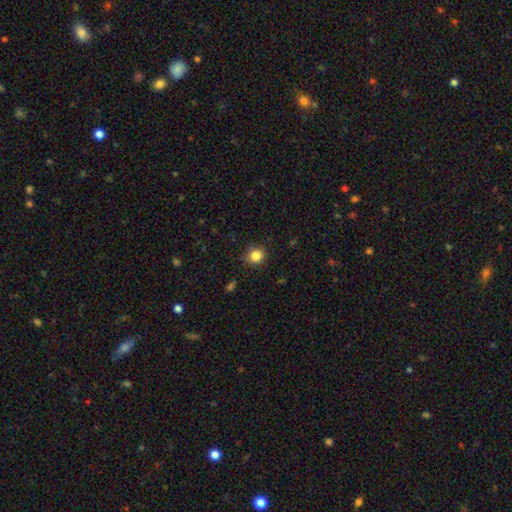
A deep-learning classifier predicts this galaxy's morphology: smooth_or_featured: smooth (p=0.85) [alt: star or artifact p=0.11]
how_rounded: round (p=0.83) [alt: in between p=0.16]
merging: none (p=0.85) [alt: minor disturbance p=0.12]